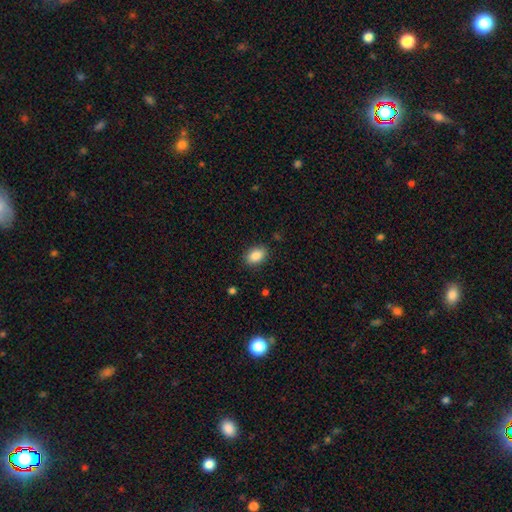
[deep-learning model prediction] Smooth or featured? Predicted: smooth (p=0.88). How rounded? Predicted: in between (p=0.85). Merging? Predicted: none (p=0.87).